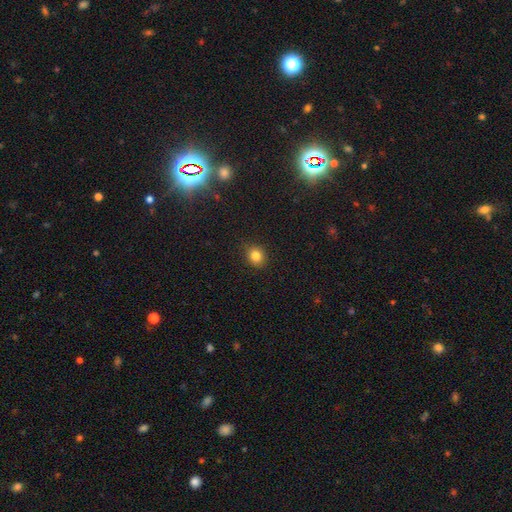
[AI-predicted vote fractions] Morphology: type=smooth (82%); roundness=round (73%); merging=none (87%).